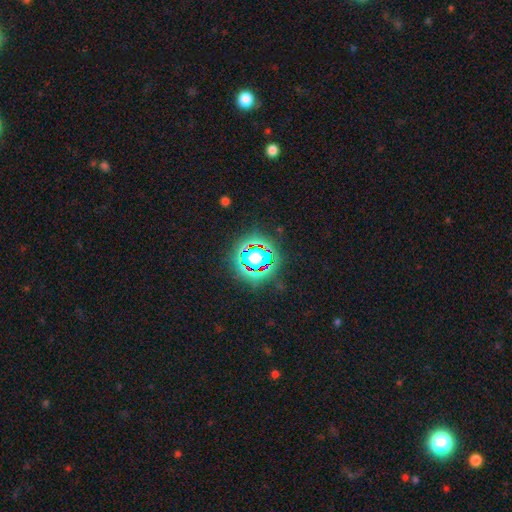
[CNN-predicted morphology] Smooth or featured? Predicted: star or artifact (p=0.79).